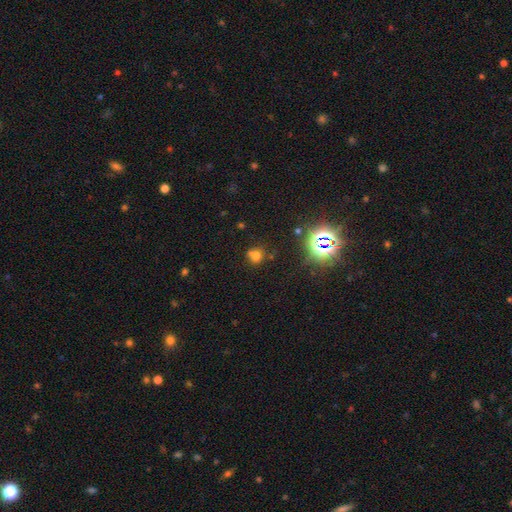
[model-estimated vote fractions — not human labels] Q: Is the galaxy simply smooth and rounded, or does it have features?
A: smooth — 64%.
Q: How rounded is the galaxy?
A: round — 78%.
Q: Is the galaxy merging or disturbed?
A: none — 58%.